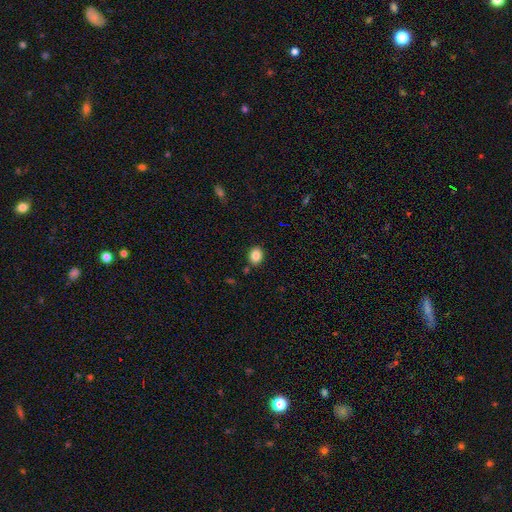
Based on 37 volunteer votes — smooth-or-featured: smooth: 84% | star or artifact: 11% | featured or disk: 5%
  how-rounded: in between: 58% | round: 42% | cigar-shaped: 0%
  merging: none: 85% | minor disturbance: 12% | merger: 3% | major disturbance: 0%